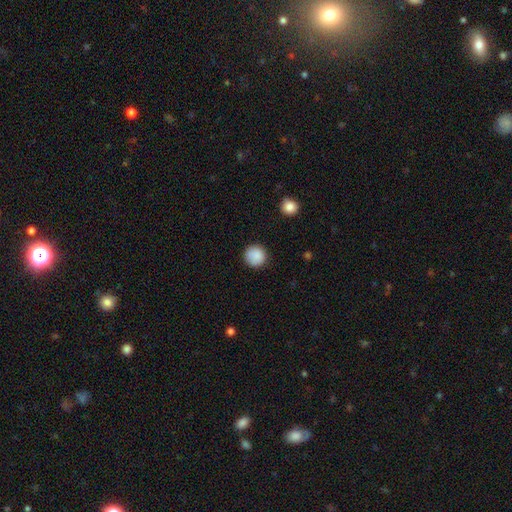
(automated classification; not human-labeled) Smooth or featured?
  - smooth: 89% *
  - star or artifact: 8%
  - featured or disk: 3%
How rounded?
  - round: 95% *
  - in between: 4%
  - cigar-shaped: 1%
Merging?
  - none: 89% *
  - minor disturbance: 8%
  - major disturbance: 2%
  - merger: 1%